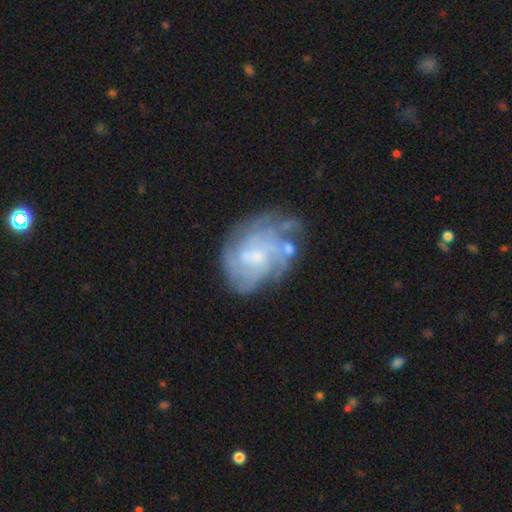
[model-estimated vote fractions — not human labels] featured or disk 75%, smooth 17%, star or artifact 8%. Down the decision tree: edge-on disk — no (98%); bar — no (57%); spiral arms — yes (83%); spiral arm count — can't tell (47%); spiral winding — tight (53%); bulge size — small (52%); merging — none (53%).